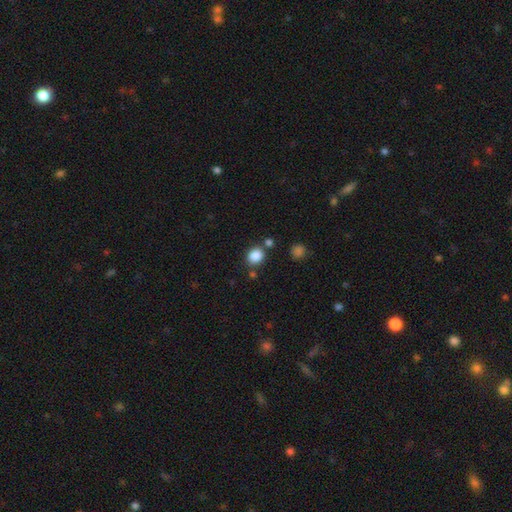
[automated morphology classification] type=smooth (86%); roundness=round (68%); merging=none (77%).